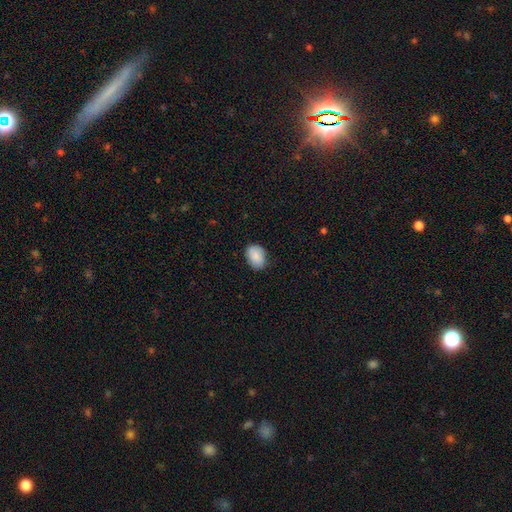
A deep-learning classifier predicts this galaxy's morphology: Smooth or featured? Predicted: smooth (p=0.88). How rounded? Predicted: in between (p=0.80). Merging? Predicted: none (p=0.80).